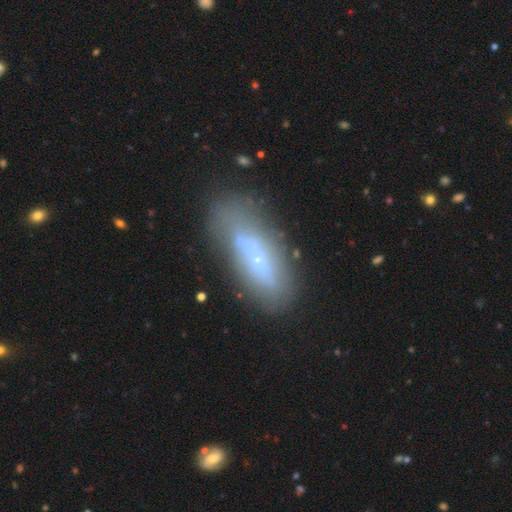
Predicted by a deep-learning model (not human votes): Smooth or featured: smooth — 47% (featured or disk — 43%)
Merging: none — 56% (minor disturbance — 24%)